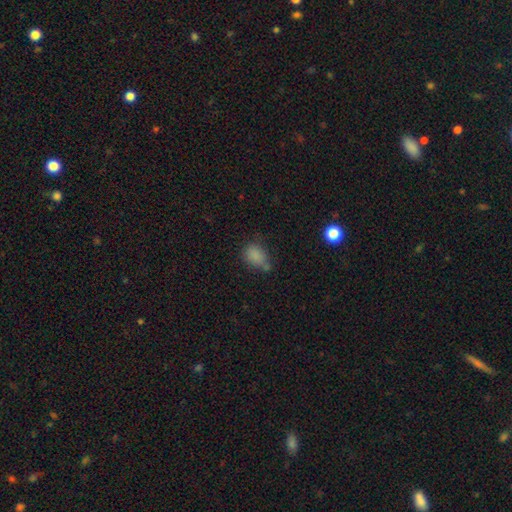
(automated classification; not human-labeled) Q: Smooth or featured?
A: smooth (81%); runner-up: star or artifact (13%)
Q: How rounded?
A: in between (63%); runner-up: round (36%)
Q: Merging?
A: none (55%); runner-up: minor disturbance (26%)